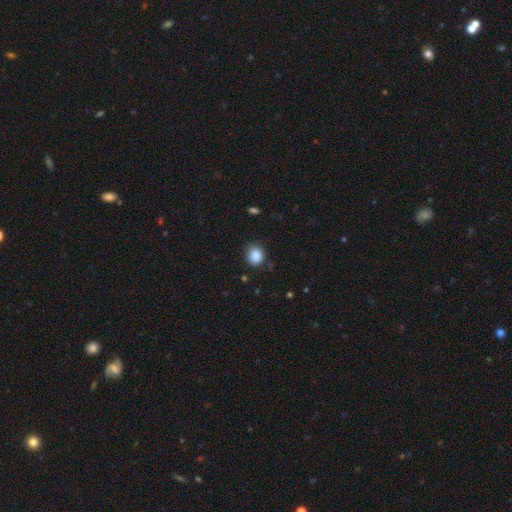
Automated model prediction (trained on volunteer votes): Smooth or featured: smooth — 87% (star or artifact — 9%)
How rounded: round — 70% (in between — 29%)
Merging: none — 76% (minor disturbance — 18%)